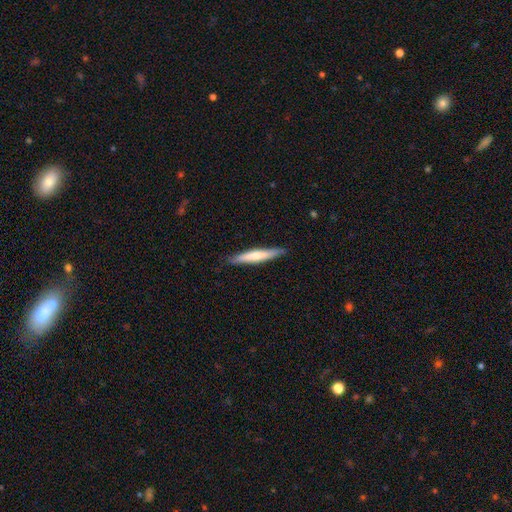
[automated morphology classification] Smooth or featured? Predicted: smooth (p=0.62). How rounded? Predicted: cigar-shaped (p=0.93). Merging? Predicted: none (p=0.86).